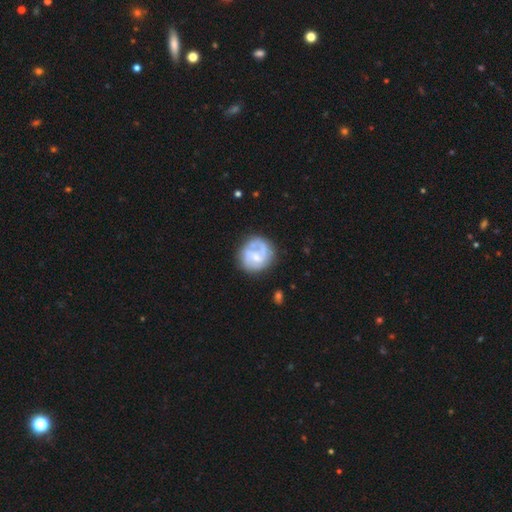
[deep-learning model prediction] Morphology: type=featured or disk (71%); edge-on=no (98%); bar=weak (49%); spiral arms=yes (86%); winding=medium (43%); arm count=2 (57%); bulge=small (45%); merging=none (67%).